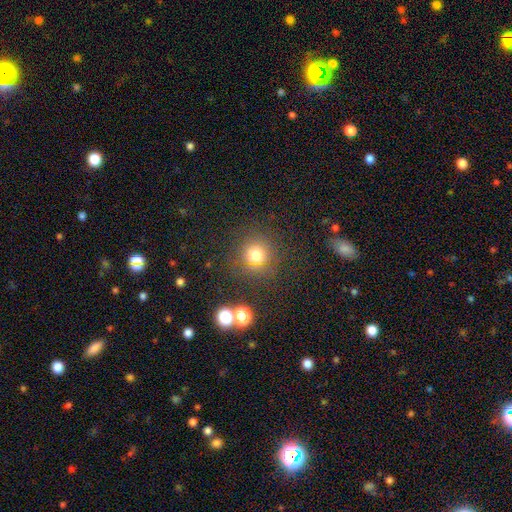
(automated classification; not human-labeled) smooth-or-featured: smooth: 69% | star or artifact: 22% | featured or disk: 9%
  how-rounded: round: 93% | in between: 6% | cigar-shaped: 1%
  merging: none: 83% | minor disturbance: 9% | major disturbance: 5% | merger: 4%